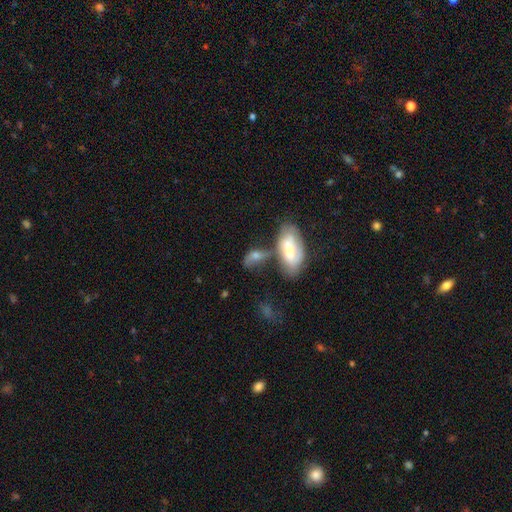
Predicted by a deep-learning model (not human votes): Smooth or featured? Predicted: smooth (p=0.51). How rounded? Predicted: in between (p=0.78). Merging? Predicted: none (p=0.40).